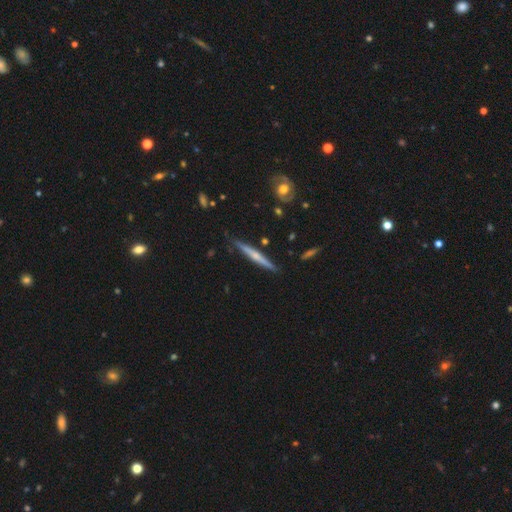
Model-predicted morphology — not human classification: type=featured or disk (63%); edge-on=yes (97%); edge-on bulge=rounded (67%); merging=none (86%).